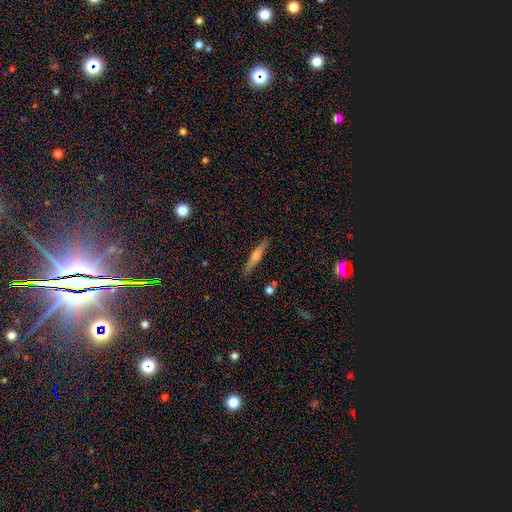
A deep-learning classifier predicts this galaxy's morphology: featured or disk 54%, smooth 38%, star or artifact 8%. Down the decision tree: edge-on disk — yes (96%); edge-on bulge — rounded (69%); merging — none (89%).